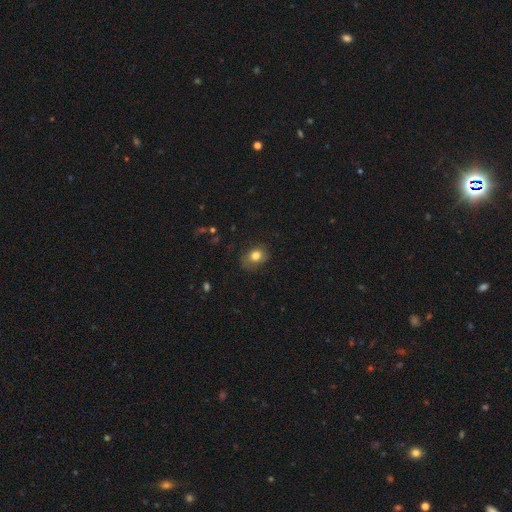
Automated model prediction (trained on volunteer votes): smooth_or_featured: smooth (p=0.79) [alt: featured or disk p=0.11]
how_rounded: in between (p=0.53) [alt: round p=0.46]
merging: none (p=0.71) [alt: minor disturbance p=0.21]